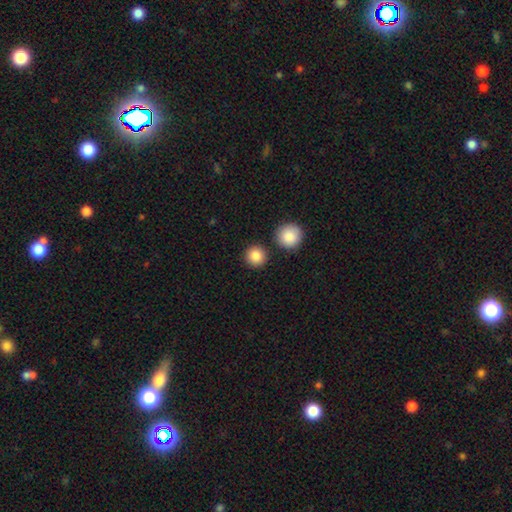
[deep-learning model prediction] A smooth galaxy with no disk features (86%) that is round (94%). Merging: none (85%).